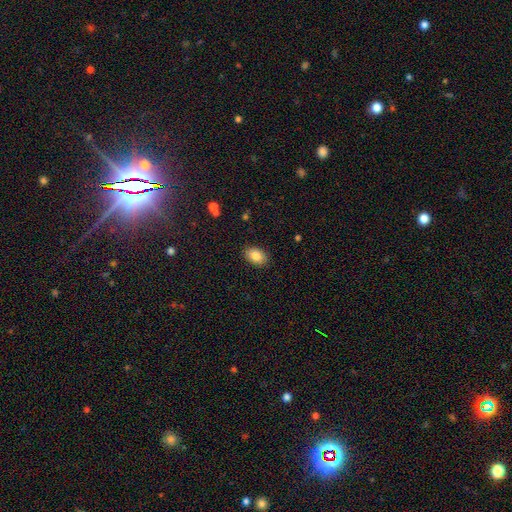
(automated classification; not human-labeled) A smooth galaxy with no disk features (86%) that is in between round and cigar-shaped (86%).

Vote fractions:
- Smooth or featured? smooth: 86% / star or artifact: 8% / featured or disk: 6%
- How rounded? in between: 86% / round: 12% / cigar-shaped: 1%
- Merging? none: 88% / minor disturbance: 9% / major disturbance: 2% / merger: 1%